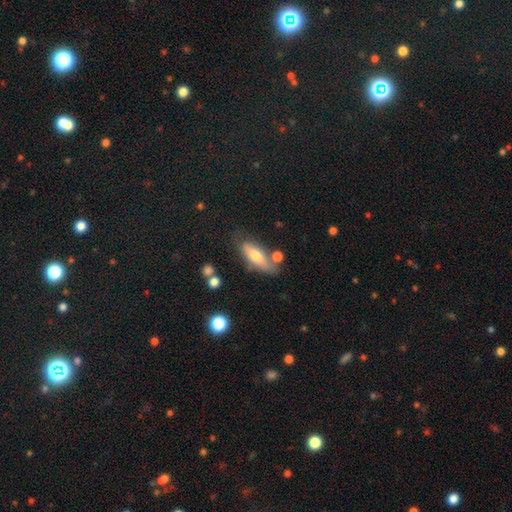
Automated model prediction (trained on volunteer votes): This is likely a smooth galaxy (62%). How rounded: likely in between (63%). Merging: likely none (61%).